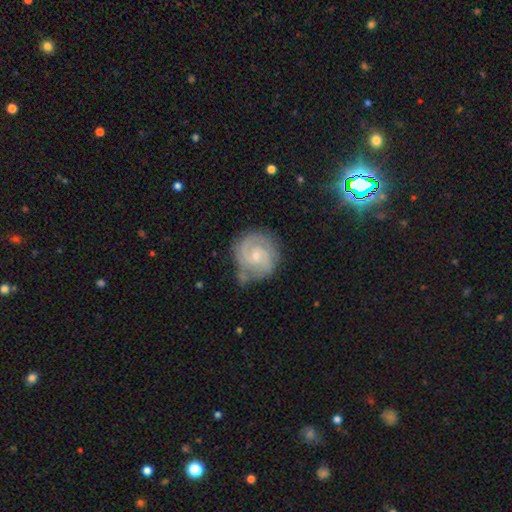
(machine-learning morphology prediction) featured or disk 82%, smooth 13%, star or artifact 5%. Down the decision tree: edge-on disk — no (98%); bar — no (61%); spiral arms — yes (96%); spiral arm count — 2 (64%); spiral winding — tight (56%); bulge size — small (71%); merging — none (65%).